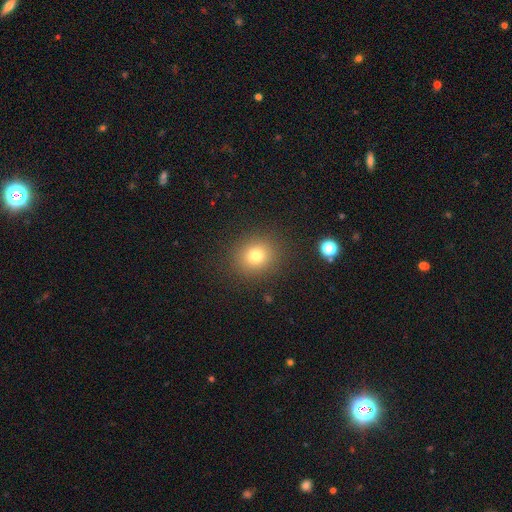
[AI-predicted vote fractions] The model was most divided on "smooth or featured": smooth: 76%, star or artifact: 15%, featured or disk: 9%. More confident: merging — none (88%); how rounded — round (82%).